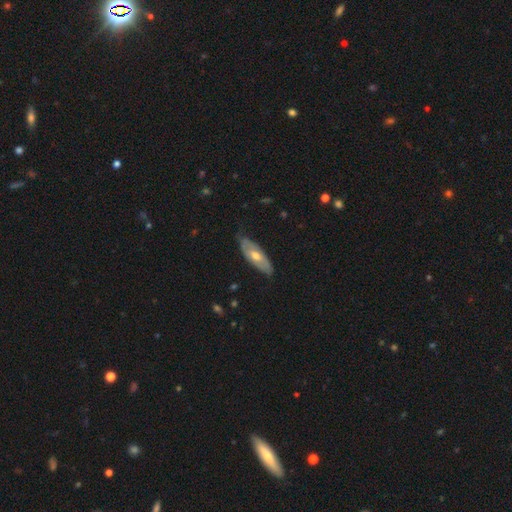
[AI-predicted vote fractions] featured or disk 52%, smooth 43%, star or artifact 5%. Down the decision tree: edge-on disk — no (71%); merging — none (76%).